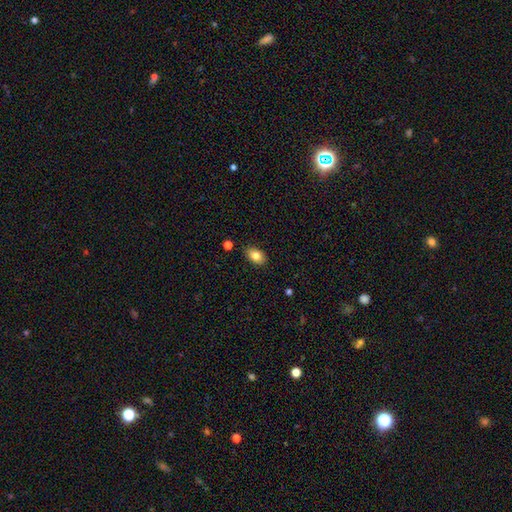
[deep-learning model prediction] A smooth galaxy with no disk features (82%) that is in between round and cigar-shaped (85%). Merging: none (86%).